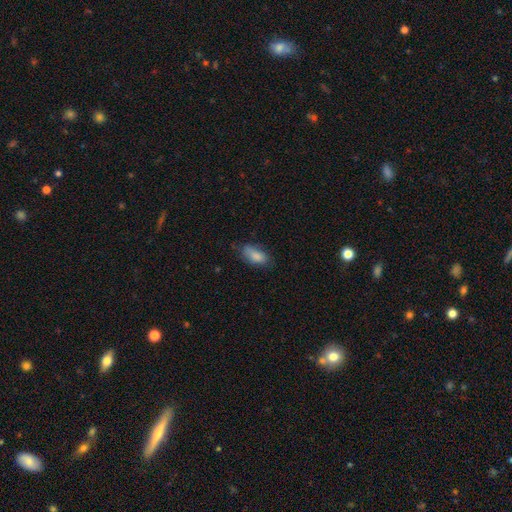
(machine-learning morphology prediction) The model was most divided on "merging": none: 66%, minor disturbance: 26%, major disturbance: 6%, merger: 2%. More confident: how rounded — in between (87%); smooth or featured — smooth (85%).